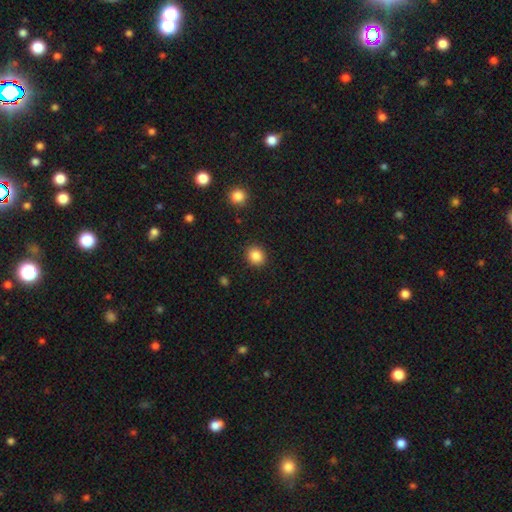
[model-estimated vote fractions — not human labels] smooth 86%, star or artifact 10%, featured or disk 4%. Down the decision tree: how rounded — round (78%); merging — none (90%).